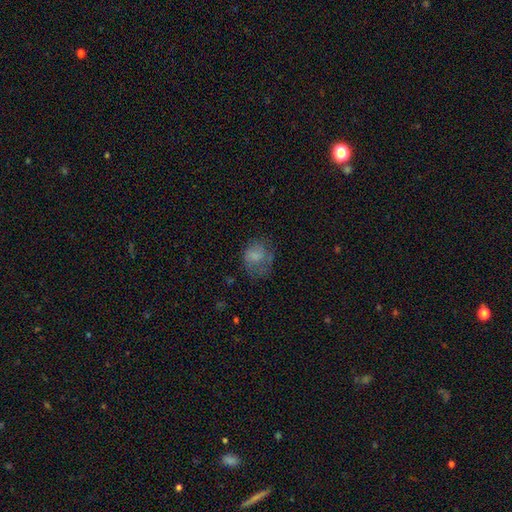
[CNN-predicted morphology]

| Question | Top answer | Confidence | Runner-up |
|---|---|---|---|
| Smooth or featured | smooth | 68% | featured or disk (20%) |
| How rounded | round | 59% | in between (40%) |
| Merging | none | 44% | major disturbance (28%) |